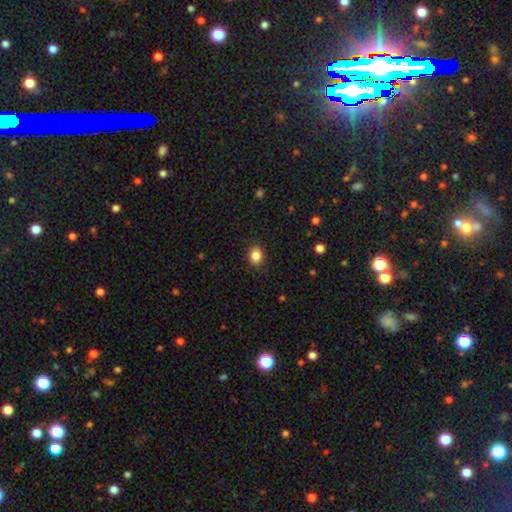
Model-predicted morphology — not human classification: smooth-or-featured: smooth: 86% | star or artifact: 10% | featured or disk: 4%
  how-rounded: round: 53% | in between: 46% | cigar-shaped: 1%
  merging: none: 87% | minor disturbance: 9% | major disturbance: 2% | merger: 1%